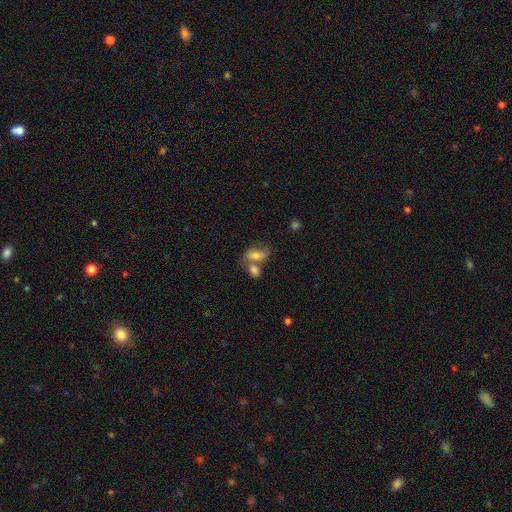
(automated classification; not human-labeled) Q: Smooth or featured?
A: smooth (70%); runner-up: featured or disk (20%)
Q: How rounded?
A: in between (84%); runner-up: round (12%)
Q: Merging?
A: merger (48%); runner-up: none (32%)